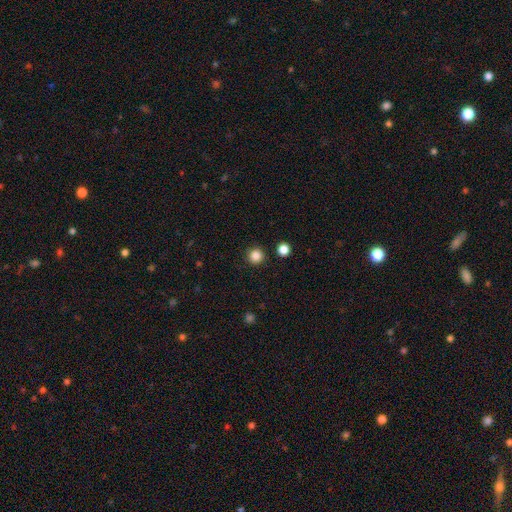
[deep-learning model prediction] smooth 85%, star or artifact 12%, featured or disk 3%. Down the decision tree: how rounded — round (96%); merging — none (92%).